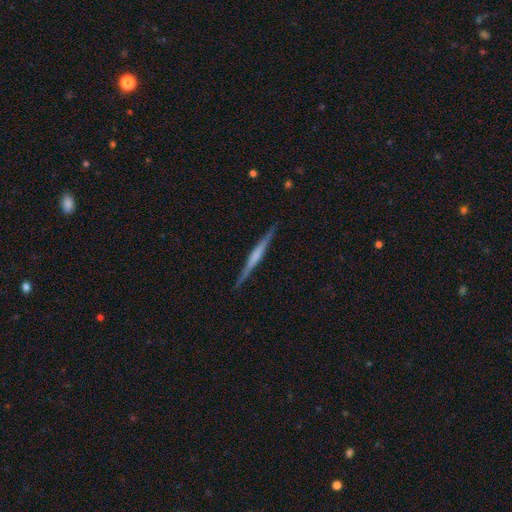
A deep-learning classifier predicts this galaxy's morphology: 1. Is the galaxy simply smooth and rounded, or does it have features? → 69% featured or disk, 26% smooth, 6% star or artifact.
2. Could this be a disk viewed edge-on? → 98% yes, 2% no.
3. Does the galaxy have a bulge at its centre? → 43% none, 31% rounded, 25% boxy.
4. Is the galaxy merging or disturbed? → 90% none, 7% minor disturbance, 1% major disturbance, 1% merger.